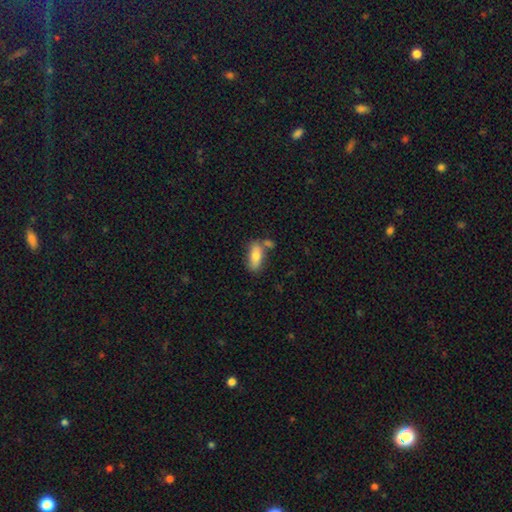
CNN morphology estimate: smooth_or_featured: smooth (p=0.76) [alt: featured or disk p=0.17]
how_rounded: in between (p=0.79) [alt: cigar-shaped p=0.17]
merging: none (p=0.62) [alt: merger p=0.18]